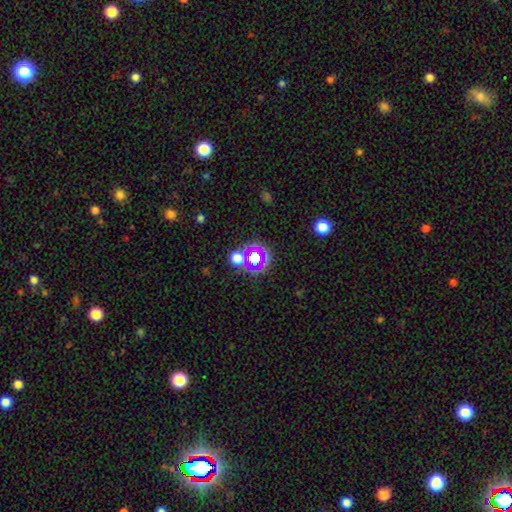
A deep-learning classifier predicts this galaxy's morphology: Smooth or featured? star or artifact (52%)